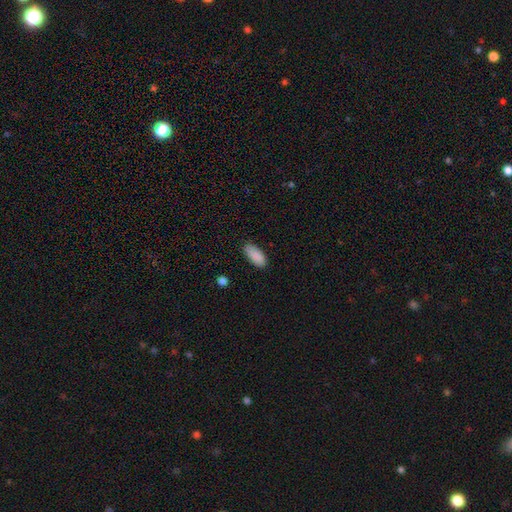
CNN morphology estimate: Smooth or featured? Predicted: smooth (p=0.89). How rounded? Predicted: in between (p=0.86). Merging? Predicted: none (p=0.82).